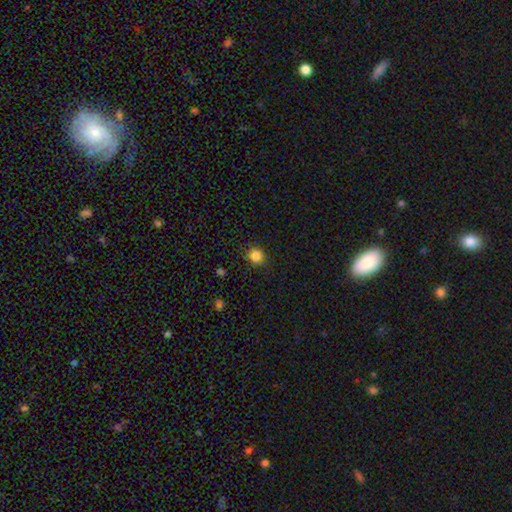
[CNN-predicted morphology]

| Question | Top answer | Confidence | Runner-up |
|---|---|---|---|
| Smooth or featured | smooth | 85% | star or artifact (12%) |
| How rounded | round | 89% | in between (10%) |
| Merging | none | 88% | minor disturbance (8%) |